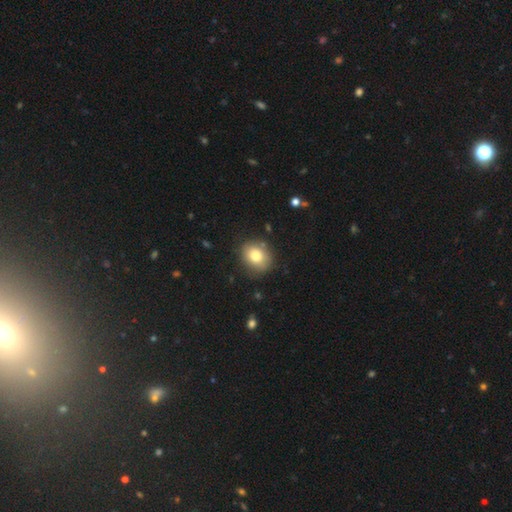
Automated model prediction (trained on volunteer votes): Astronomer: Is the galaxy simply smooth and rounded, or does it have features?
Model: smooth — 79%.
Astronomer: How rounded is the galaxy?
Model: round — 64%.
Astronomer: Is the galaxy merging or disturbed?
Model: none — 82%.